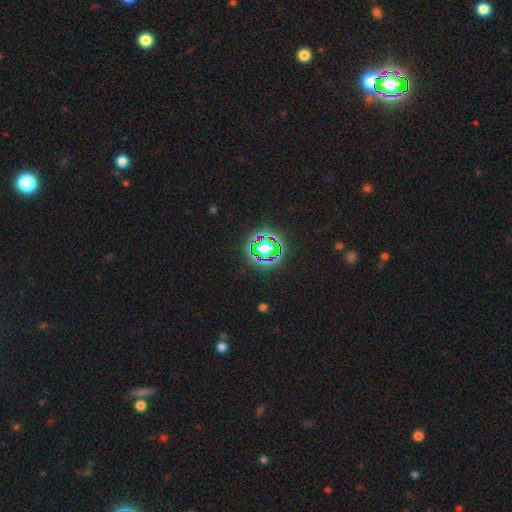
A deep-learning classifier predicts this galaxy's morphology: A star or artifact, not a galaxy (76%).

Vote fractions:
- Smooth or featured? star or artifact: 76% / smooth: 15% / featured or disk: 8%